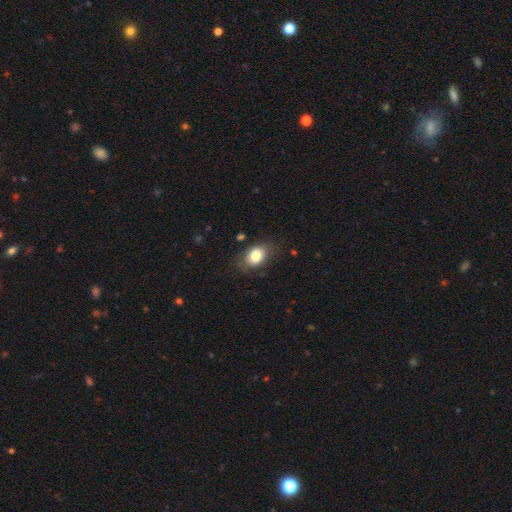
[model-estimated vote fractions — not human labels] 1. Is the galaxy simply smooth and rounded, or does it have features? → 81% smooth, 11% featured or disk, 8% star or artifact.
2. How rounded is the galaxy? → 77% in between, 22% round, 1% cigar-shaped.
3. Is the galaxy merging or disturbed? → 76% none, 17% minor disturbance, 5% major disturbance, 1% merger.